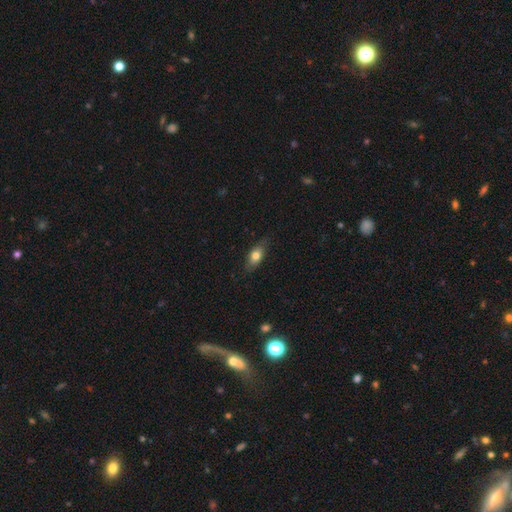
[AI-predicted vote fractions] Smooth or featured? smooth (69%)
How rounded? in between (78%)
Merging? none (76%)